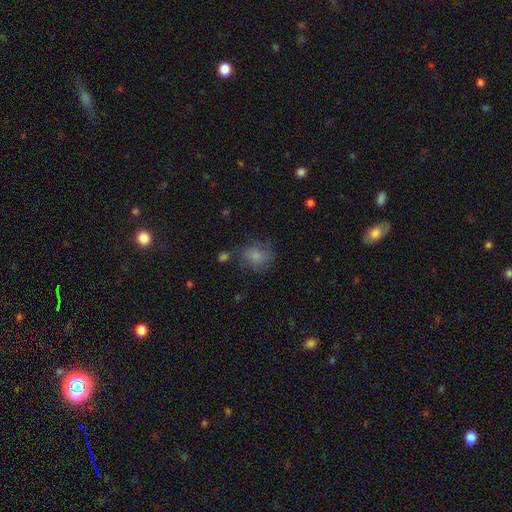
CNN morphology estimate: Smooth or featured?
  - smooth: 76% *
  - featured or disk: 13%
  - star or artifact: 11%
How rounded?
  - round: 65% *
  - in between: 33%
  - cigar-shaped: 1%
Merging?
  - none: 65% *
  - minor disturbance: 21%
  - major disturbance: 10%
  - merger: 4%